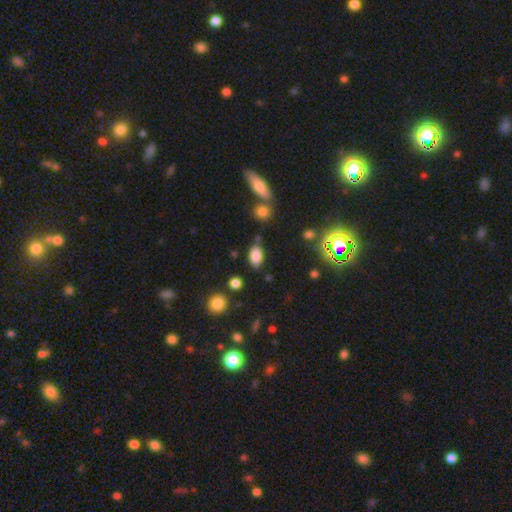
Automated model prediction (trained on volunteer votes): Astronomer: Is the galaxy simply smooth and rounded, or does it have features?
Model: smooth — 82%.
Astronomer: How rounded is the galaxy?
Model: in between — 91%.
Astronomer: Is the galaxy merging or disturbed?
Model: none — 77%.